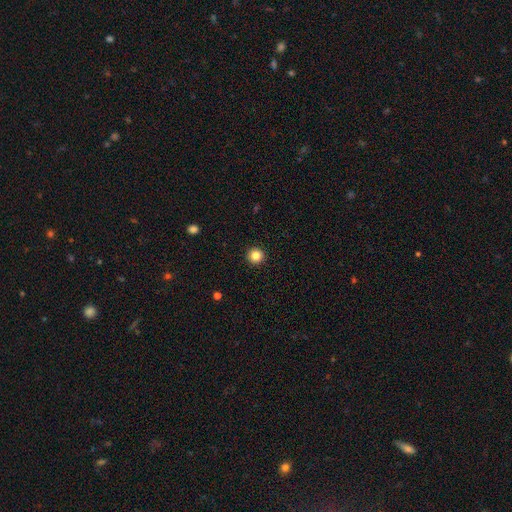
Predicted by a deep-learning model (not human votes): Smooth or featured? Predicted: smooth (p=0.85). How rounded? Predicted: round (p=0.96). Merging? Predicted: none (p=0.94).